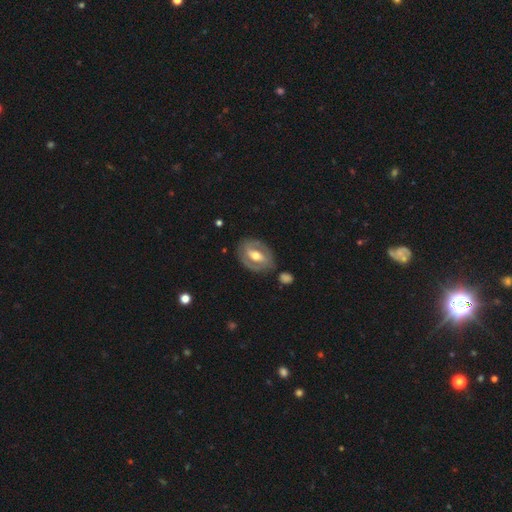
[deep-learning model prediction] Smooth or featured: featured or disk — 72% (smooth — 23%)
Edge-on disk: no — 94% (yes — 6%)
Bar: strong — 44% (weak — 34%)
Spiral arms: yes — 62% (no — 38%)
Bulge size: moderate — 73% (small — 14%)
Merging: none — 78% (minor disturbance — 14%)